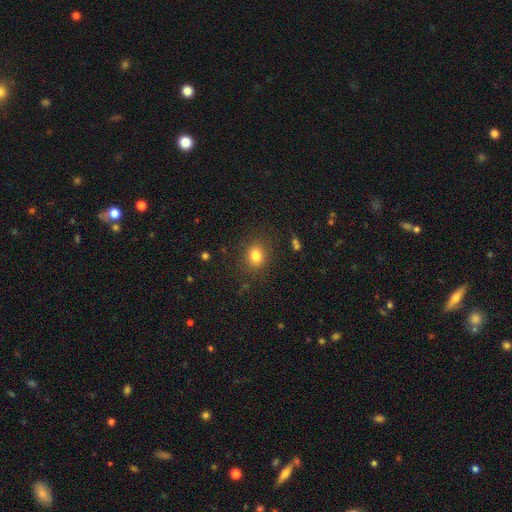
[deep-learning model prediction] Overall: smooth (82%). How rounded: round (61%; in between 38%). Merging: none (84%).